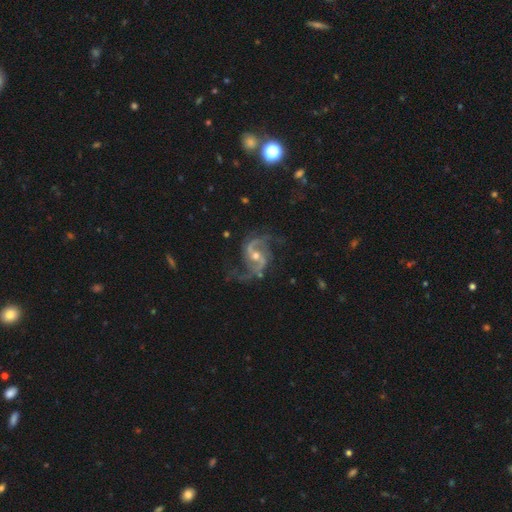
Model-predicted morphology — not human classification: Smooth or featured? featured or disk (91%)
Edge-on disk? no (98%)
Bar? weak (42%)
Spiral arms? yes (98%)
Spiral winding? loose (46%)
Spiral arm count? 2 (90%)
Bulge size? moderate (57%)
Merging? none (71%)